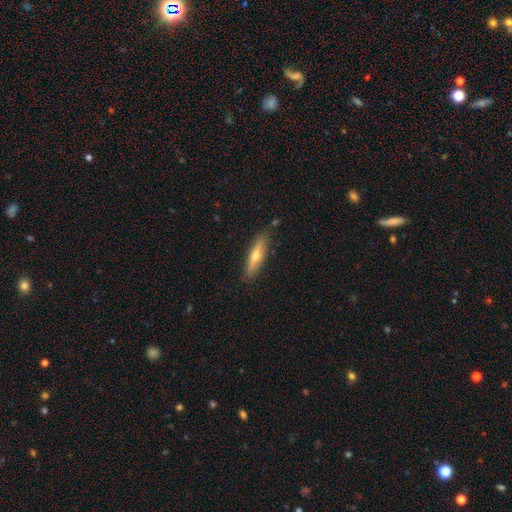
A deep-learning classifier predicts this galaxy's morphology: A featured or disk galaxy (49%). Merging: none (86%).